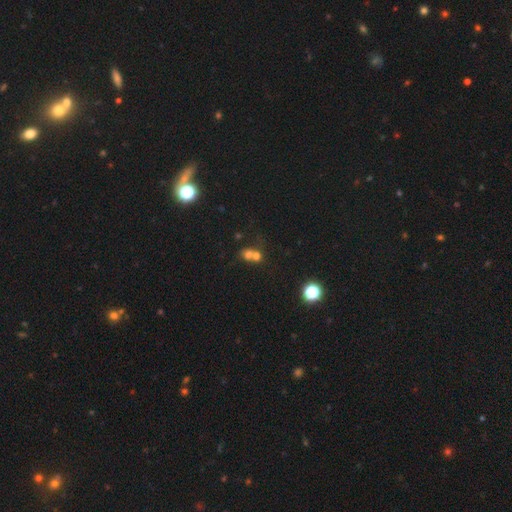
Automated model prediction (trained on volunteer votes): This appears to be a smooth galaxy with no disk features (62%) that is round (75%). Merging: merger (63%).